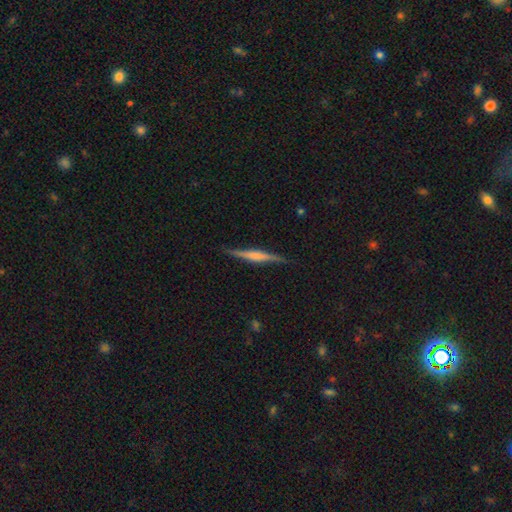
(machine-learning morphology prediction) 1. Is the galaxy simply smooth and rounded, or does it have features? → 66% featured or disk, 28% smooth, 6% star or artifact.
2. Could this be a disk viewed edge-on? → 97% yes, 3% no.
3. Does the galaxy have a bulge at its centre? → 42% rounded, 34% boxy, 25% none.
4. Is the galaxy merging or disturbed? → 85% none, 11% minor disturbance, 2% major disturbance, 1% merger.